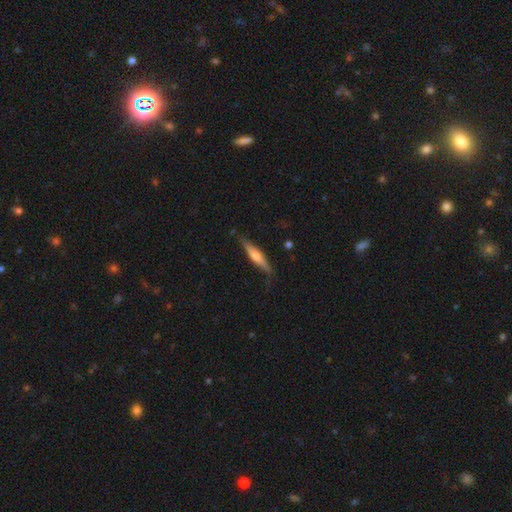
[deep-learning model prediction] Smooth or featured?
  - featured or disk: 50% *
  - smooth: 44%
  - star or artifact: 5%
Edge-on disk?
  - yes: 93% *
  - no: 7%
Merging?
  - none: 78% *
  - minor disturbance: 17%
  - major disturbance: 3%
  - merger: 2%